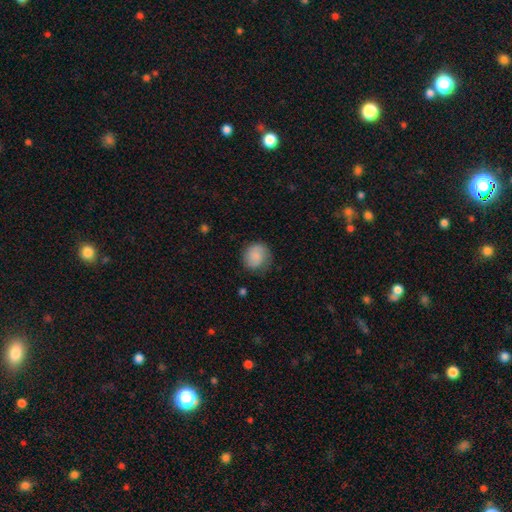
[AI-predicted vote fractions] This appears to be a smooth galaxy with no disk features (83%) that is round (81%). Merging: none (71%).